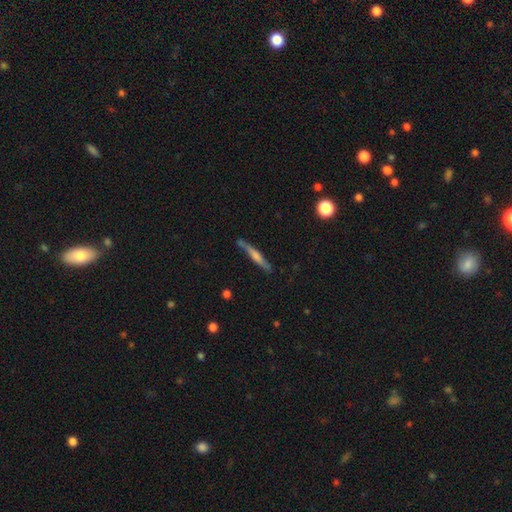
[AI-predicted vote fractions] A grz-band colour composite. It shows a featured or disk galaxy (61%) viewed edge-on (95%) with a rounded central bulge (58%). Merging: none (84%).